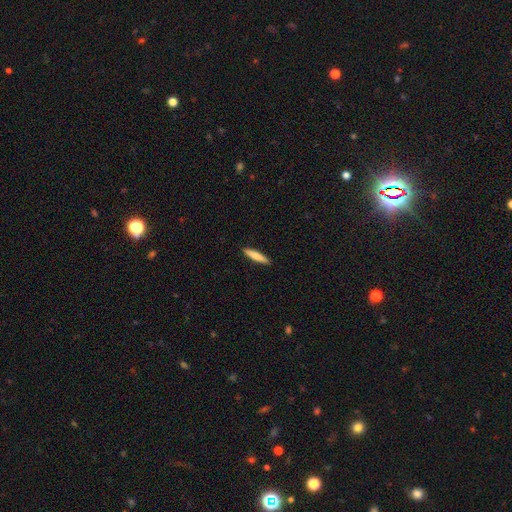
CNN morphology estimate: The model was most divided on "smooth or featured": smooth: 80%, featured or disk: 15%, star or artifact: 5%. More confident: merging — none (91%); how rounded — cigar-shaped (89%).